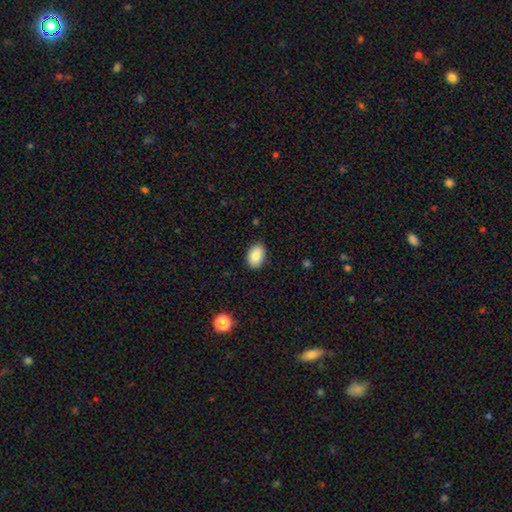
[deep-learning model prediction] The model was most divided on "how rounded": in between: 86%, round: 13%, cigar-shaped: 1%. More confident: merging — none (88%); smooth or featured — smooth (85%).